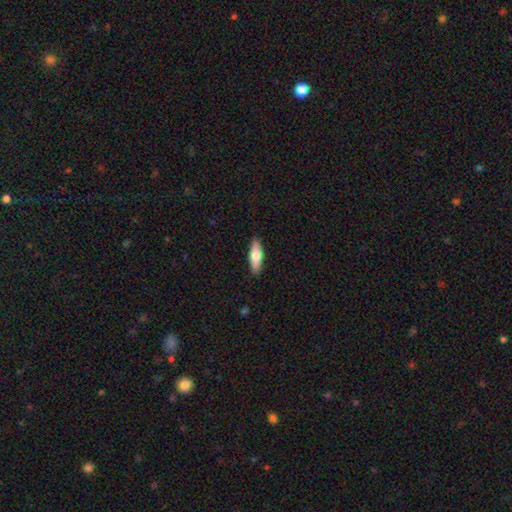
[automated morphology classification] A smooth galaxy with no disk features (63%) that is cigar-shaped (51%).

Vote fractions:
- Smooth or featured? smooth: 63% / featured or disk: 31% / star or artifact: 5%
- How rounded? cigar-shaped: 51% / in between: 47% / round: 2%
- Merging? none: 89% / minor disturbance: 8% / major disturbance: 2% / merger: 1%